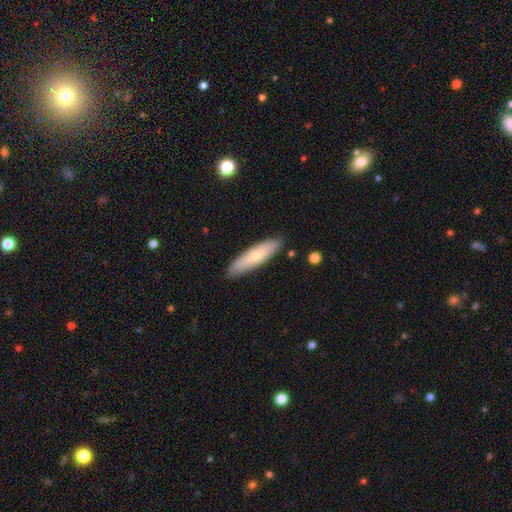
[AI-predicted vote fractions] smooth 70%, featured or disk 24%, star or artifact 6%. Down the decision tree: how rounded — cigar-shaped (75%); merging — none (88%).